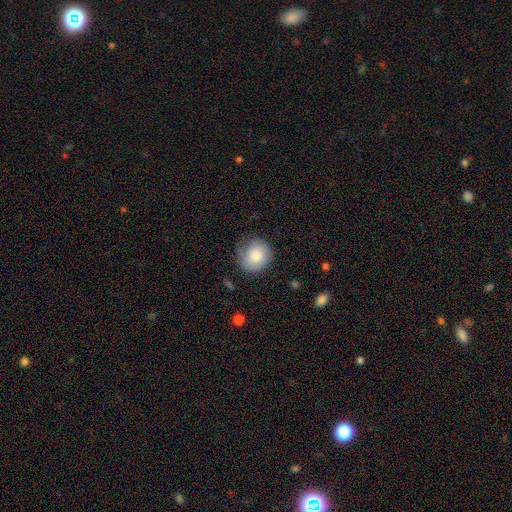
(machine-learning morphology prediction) A smooth galaxy with no disk features (76%) that is round (86%).

Vote fractions:
- Smooth or featured? smooth: 76% / featured or disk: 17% / star or artifact: 7%
- How rounded? round: 86% / in between: 13% / cigar-shaped: 1%
- Merging? none: 67% / minor disturbance: 24% / major disturbance: 8% / merger: 1%